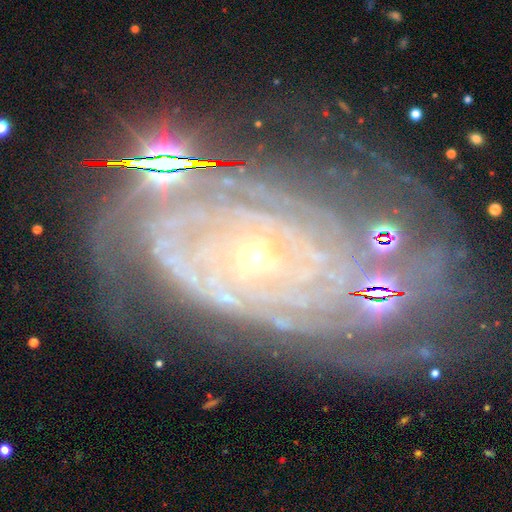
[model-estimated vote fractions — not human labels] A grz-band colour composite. It shows a featured or disk galaxy (86%) with no bar (79%), tight (80%) spiral arms (94%) and a small central bulge (78%). Merging: none (57%).